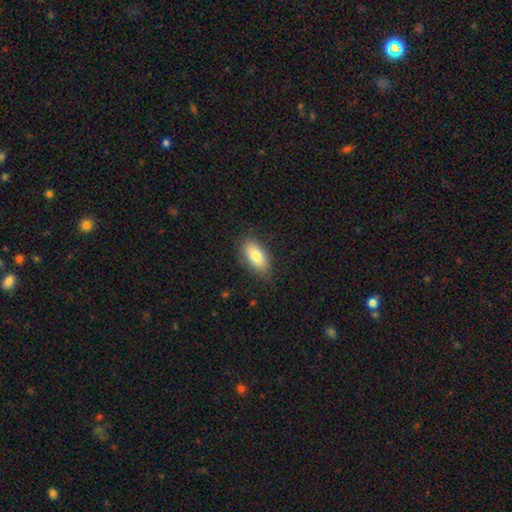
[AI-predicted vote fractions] smooth 82%, featured or disk 11%, star or artifact 7%. Down the decision tree: how rounded — in between (88%); merging — none (82%).